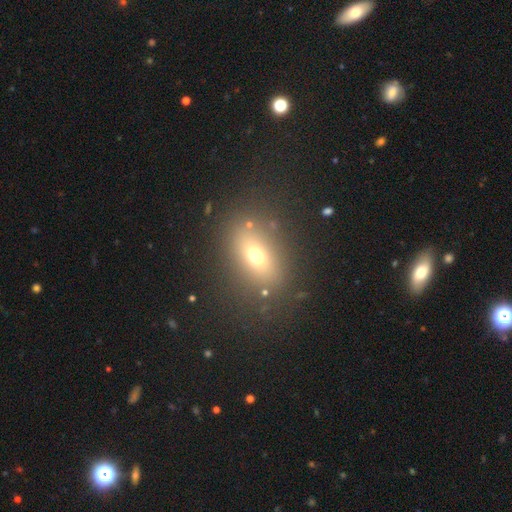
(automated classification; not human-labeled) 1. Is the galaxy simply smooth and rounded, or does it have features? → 67% smooth, 17% featured or disk, 16% star or artifact.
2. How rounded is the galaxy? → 72% in between, 22% round, 6% cigar-shaped.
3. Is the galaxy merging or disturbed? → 82% none, 10% minor disturbance, 6% major disturbance, 3% merger.